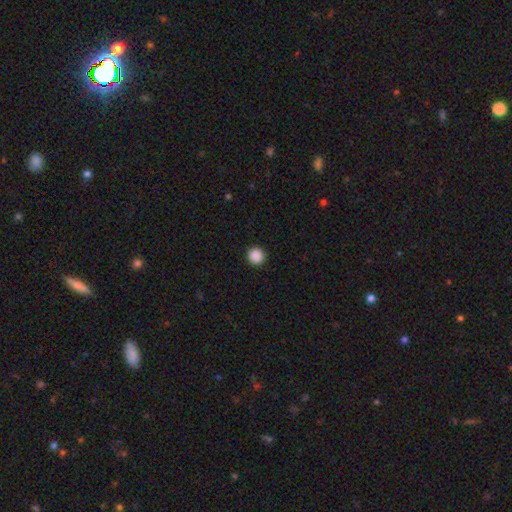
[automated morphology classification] This is clearly a smooth galaxy (89%). How rounded: clearly round (95%). Merging: clearly none (93%).